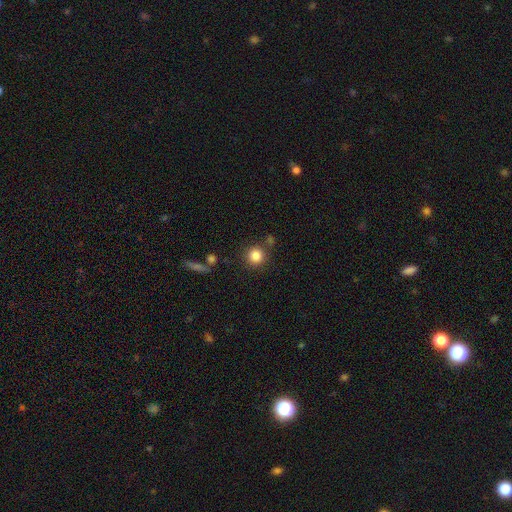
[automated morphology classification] Q: Smooth or featured?
A: smooth (84%); runner-up: star or artifact (10%)
Q: How rounded?
A: round (92%); runner-up: in between (7%)
Q: Merging?
A: none (80%); runner-up: minor disturbance (9%)